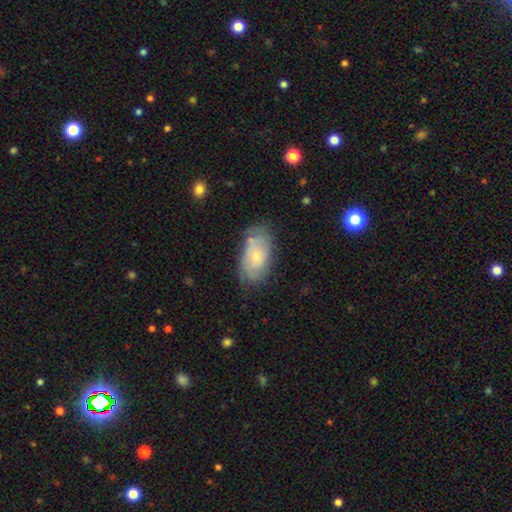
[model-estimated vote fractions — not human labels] Morphology: type=featured or disk (50%); merging=none (65%).